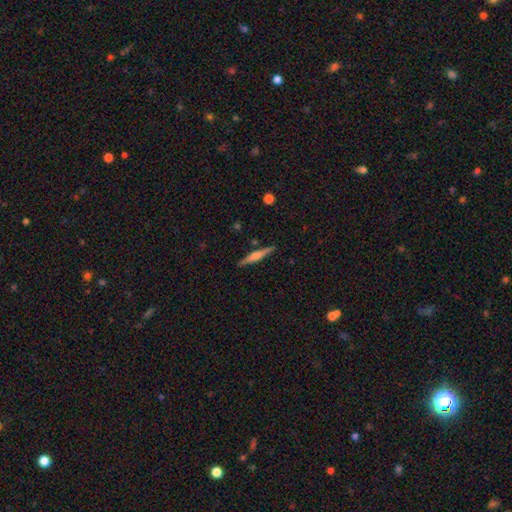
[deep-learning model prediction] The model was most divided on "smooth or featured": featured or disk: 53%, smooth: 41%, star or artifact: 6%. More confident: edge-on disk — yes (97%); merging — none (89%); edge-on bulge — rounded (57%).